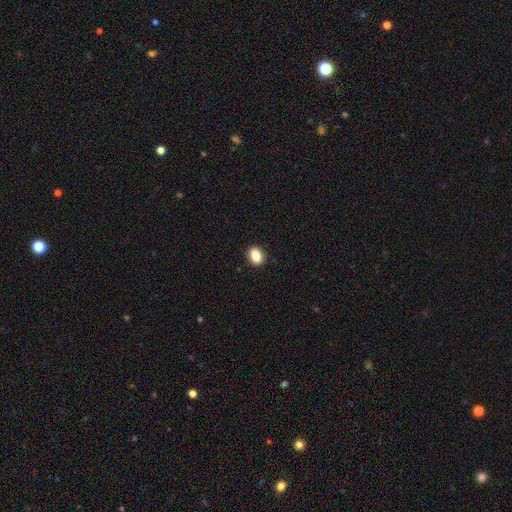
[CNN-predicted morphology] The model was most divided on "how rounded": in between: 63%, round: 35%, cigar-shaped: 1%. More confident: merging — none (91%); smooth or featured — smooth (84%).